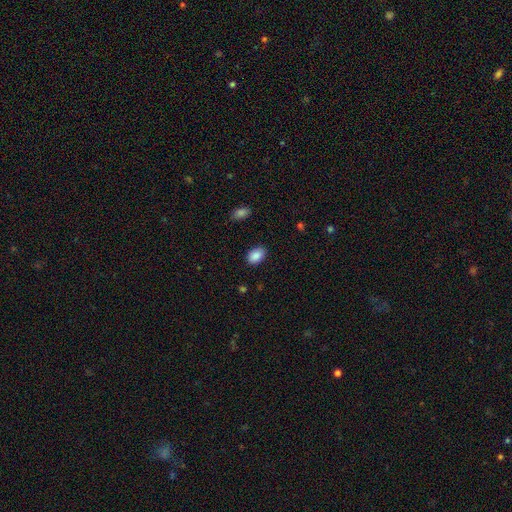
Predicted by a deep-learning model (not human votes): Smooth or featured: smooth — 89% (star or artifact — 8%)
How rounded: in between — 87% (round — 12%)
Merging: none — 85% (minor disturbance — 11%)